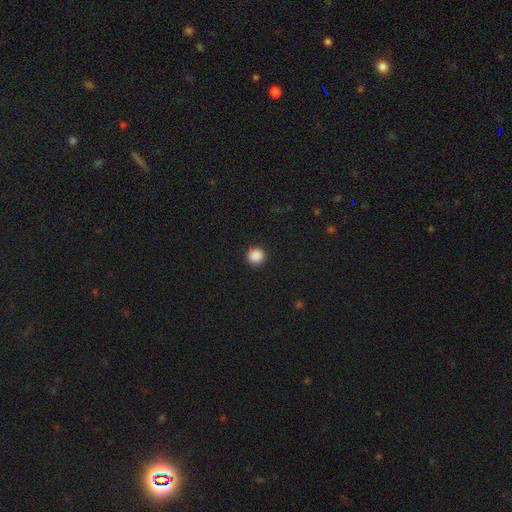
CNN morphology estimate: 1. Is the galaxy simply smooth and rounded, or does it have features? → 88% smooth, 10% star or artifact, 2% featured or disk.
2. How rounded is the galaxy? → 94% round, 6% in between, 1% cigar-shaped.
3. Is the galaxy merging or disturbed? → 92% none, 5% minor disturbance, 2% major disturbance, 1% merger.